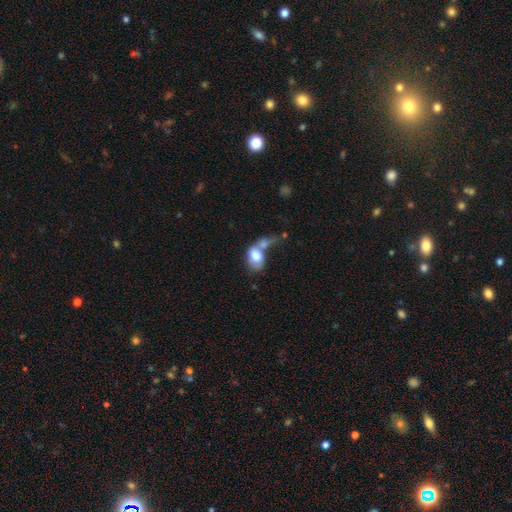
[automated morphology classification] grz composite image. It shows a smooth galaxy with no disk features (73%) that is in between round and cigar-shaped (74%). Merging: merger (55%).